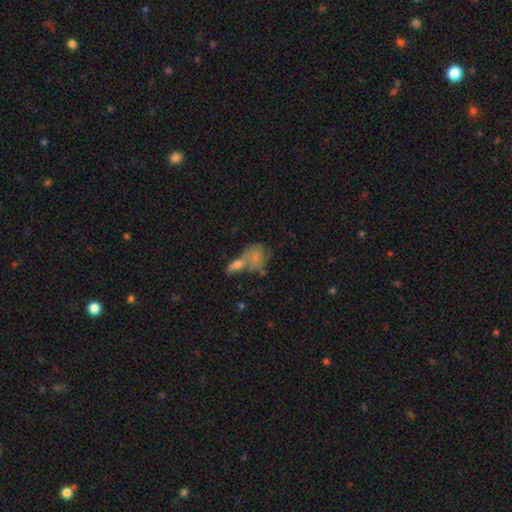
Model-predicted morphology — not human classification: type=smooth (54%); roundness=in between (60%); merging=merger (47%).